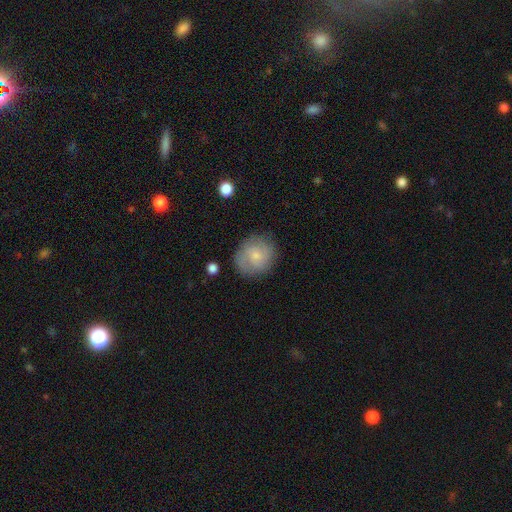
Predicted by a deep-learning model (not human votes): This is possibly a smooth galaxy (59%). How rounded: clearly round (85%). Merging: likely none (80%).